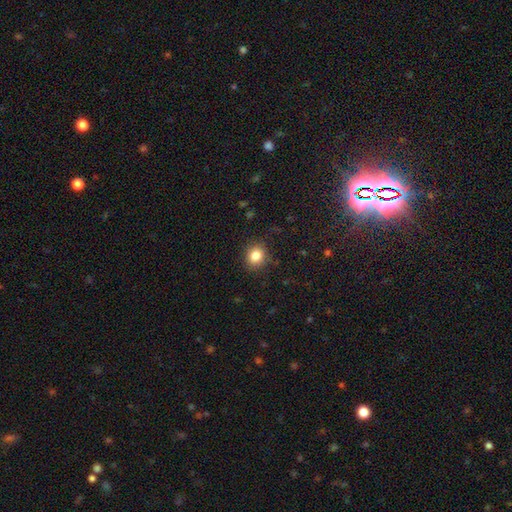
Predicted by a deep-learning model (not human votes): Overall: smooth (84%). How rounded: round (70%). Merging: none (85%).